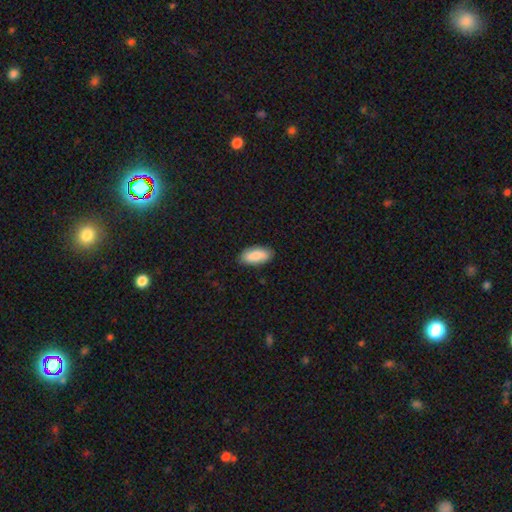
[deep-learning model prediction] Overall: smooth (84%). How rounded: in between (88%). Merging: none (85%).